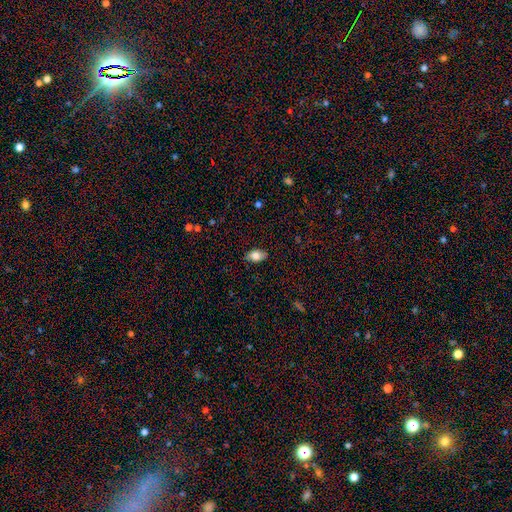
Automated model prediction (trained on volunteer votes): A smooth galaxy with no disk features (78%) that is in between round and cigar-shaped (90%).

Vote fractions:
- Smooth or featured? smooth: 78% / featured or disk: 14% / star or artifact: 8%
- How rounded? in between: 90% / round: 8% / cigar-shaped: 3%
- Merging? none: 82% / minor disturbance: 14% / major disturbance: 3% / merger: 1%